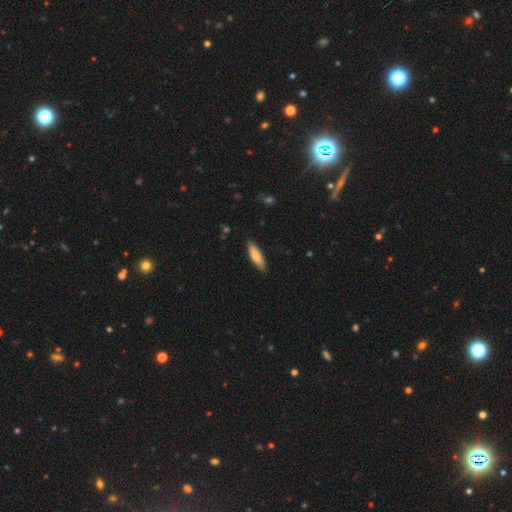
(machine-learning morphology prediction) Smooth or featured? smooth (77%)
How rounded? cigar-shaped (56%)
Merging? none (85%)